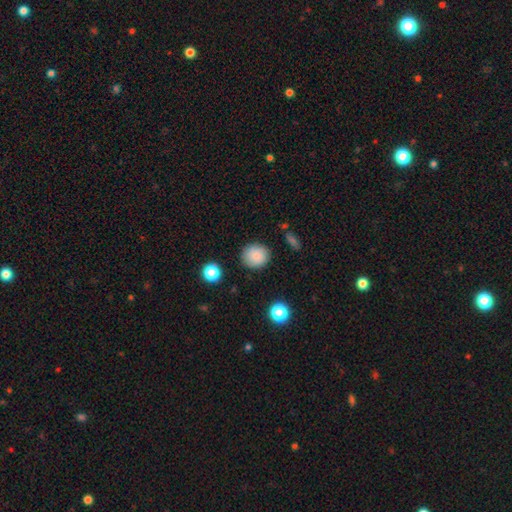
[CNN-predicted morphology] Overall: smooth (85%). How rounded: round (88%). Merging: none (87%).